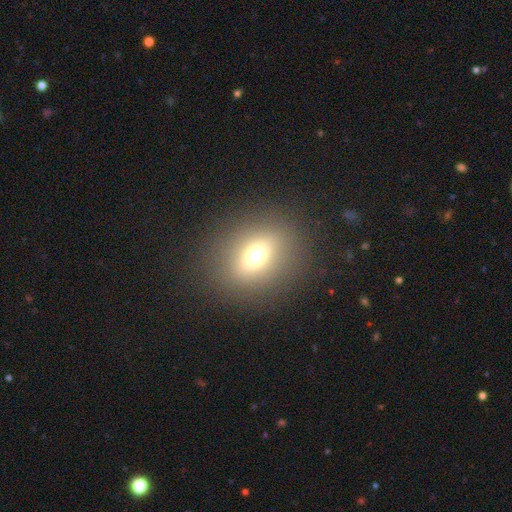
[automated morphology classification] smooth-or-featured: smooth: 67% | star or artifact: 17% | featured or disk: 16%
  how-rounded: round: 63% | in between: 35% | cigar-shaped: 2%
  merging: none: 86% | minor disturbance: 7% | major disturbance: 5% | merger: 1%